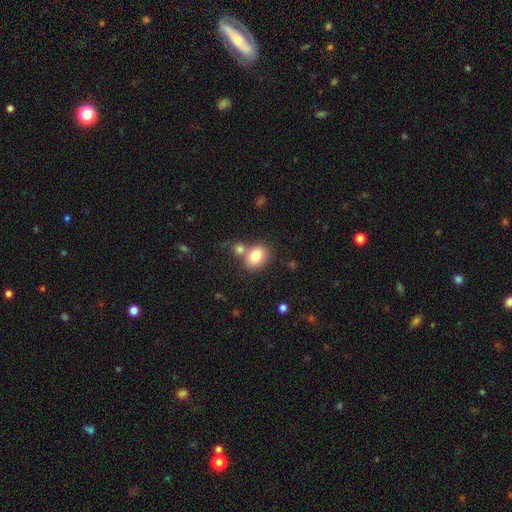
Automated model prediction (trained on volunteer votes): Smooth or featured: smooth — 80% (featured or disk — 11%)
How rounded: in between — 67% (round — 32%)
Merging: none — 55% (merger — 29%)